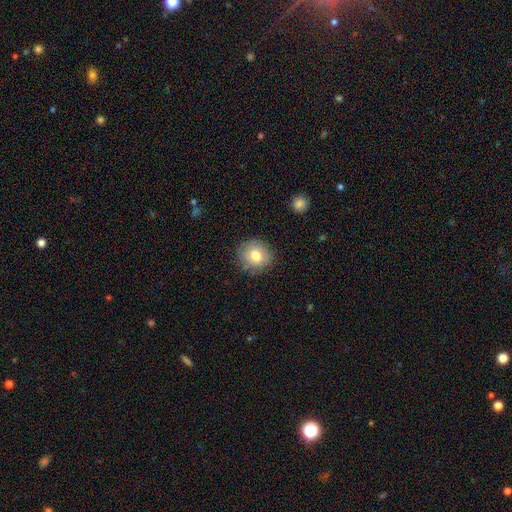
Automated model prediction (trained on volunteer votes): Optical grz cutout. It shows a smooth galaxy with no disk features (76%) that is round (85%). Merging: none (83%).